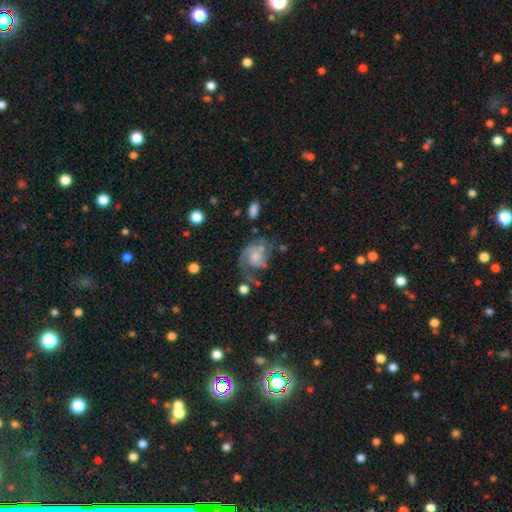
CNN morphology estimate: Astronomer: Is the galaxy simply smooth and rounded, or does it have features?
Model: featured or disk — 53% (runner-up: smooth, 38%).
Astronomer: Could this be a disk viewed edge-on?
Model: no — 97%.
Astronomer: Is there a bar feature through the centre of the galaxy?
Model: no — 78%.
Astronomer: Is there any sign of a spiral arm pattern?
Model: yes — 71%.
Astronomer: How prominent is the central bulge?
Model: moderate — 37% (runner-up: small, 31%).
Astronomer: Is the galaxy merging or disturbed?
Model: major disturbance — 34%, tied with none at 34%.